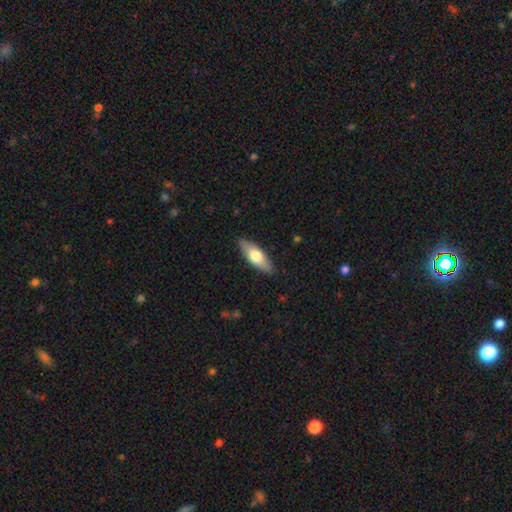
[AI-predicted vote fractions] Smooth or featured?
  - smooth: 64% *
  - featured or disk: 31%
  - star or artifact: 5%
How rounded?
  - in between: 64% *
  - cigar-shaped: 33%
  - round: 2%
Merging?
  - none: 88% *
  - minor disturbance: 9%
  - major disturbance: 2%
  - merger: 1%